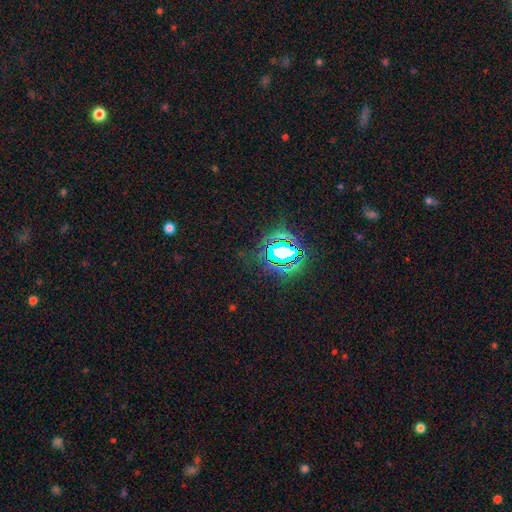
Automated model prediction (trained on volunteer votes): smooth-or-featured: star or artifact: 82% | smooth: 11% | featured or disk: 7%